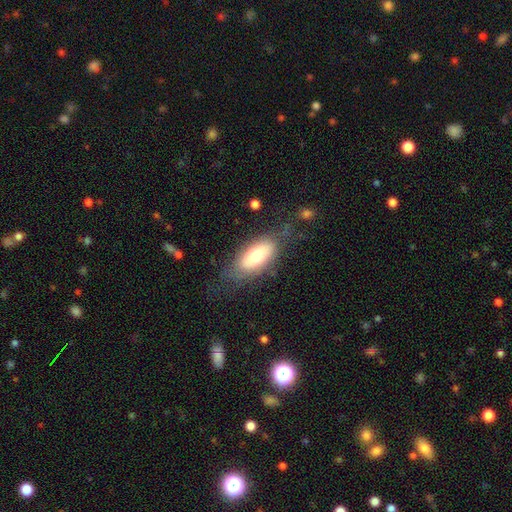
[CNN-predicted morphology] A smooth galaxy with no disk features (66%) that is in between round and cigar-shaped (85%).

Vote fractions:
- Smooth or featured? smooth: 66% / featured or disk: 27% / star or artifact: 7%
- How rounded? in between: 85% / cigar-shaped: 11% / round: 4%
- Merging? none: 69% / minor disturbance: 19% / major disturbance: 10% / merger: 2%